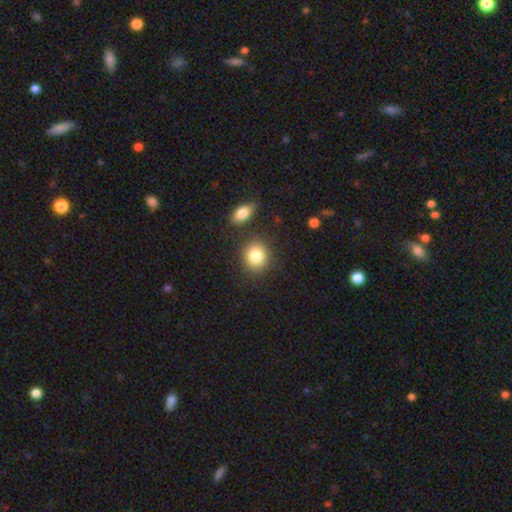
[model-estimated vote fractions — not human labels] Smooth or featured? Predicted: smooth (p=0.84). How rounded? Predicted: round (p=0.76). Merging? Predicted: none (p=0.79).